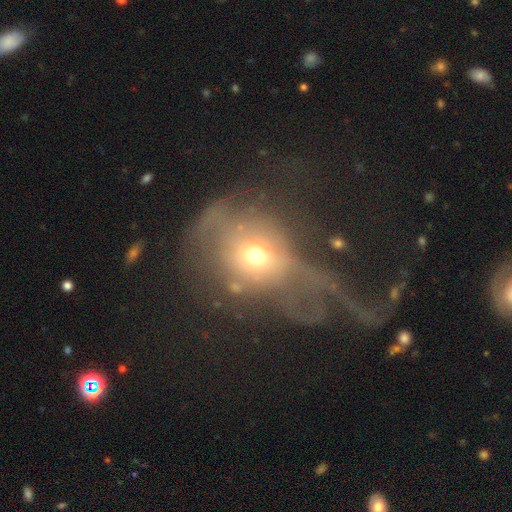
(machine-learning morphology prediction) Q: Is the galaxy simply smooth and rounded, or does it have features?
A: smooth — 43%.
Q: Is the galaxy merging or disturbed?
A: major disturbance — 64%.